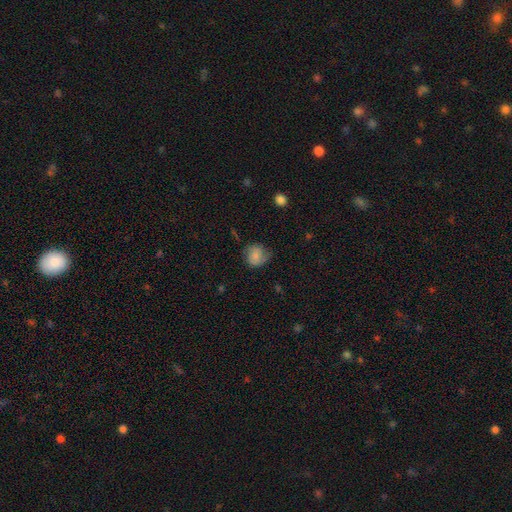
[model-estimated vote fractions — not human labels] Overall: smooth (72%). How rounded: round (77%). Merging: none (63%; minor disturbance 27%).